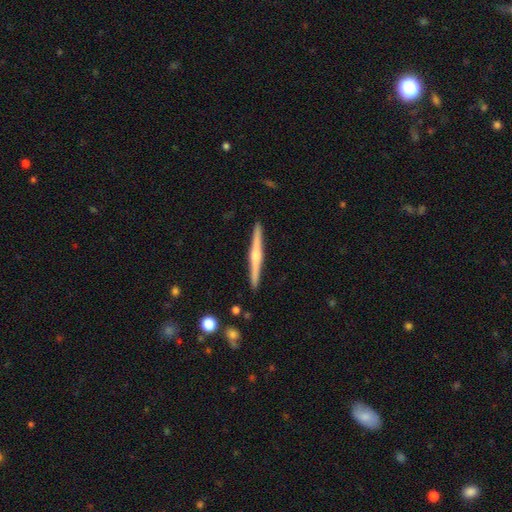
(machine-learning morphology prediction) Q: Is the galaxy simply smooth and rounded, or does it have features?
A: featured or disk — 70%.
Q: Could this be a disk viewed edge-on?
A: yes — 97%.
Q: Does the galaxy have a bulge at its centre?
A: rounded — 80%.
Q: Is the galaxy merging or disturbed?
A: none — 89%.